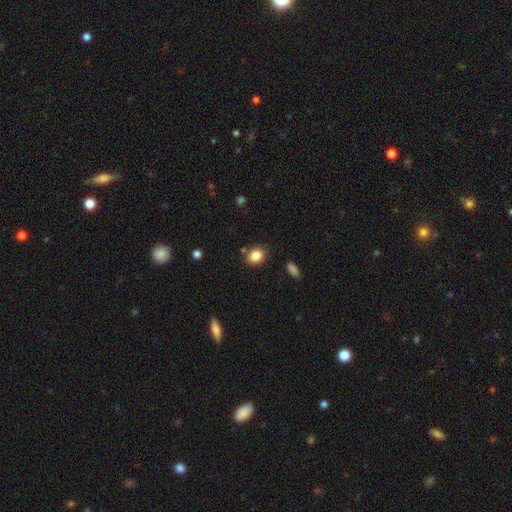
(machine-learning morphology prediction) This is clearly a smooth galaxy (85%). How rounded: possibly round (53%). Merging: clearly none (82%).